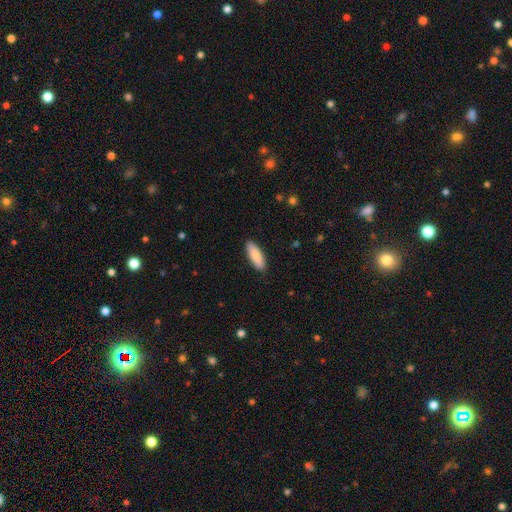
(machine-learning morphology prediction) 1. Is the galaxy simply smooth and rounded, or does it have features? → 87% smooth, 8% featured or disk, 5% star or artifact.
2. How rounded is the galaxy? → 60% in between, 38% cigar-shaped, 2% round.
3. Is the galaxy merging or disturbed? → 88% none, 9% minor disturbance, 2% major disturbance, 1% merger.